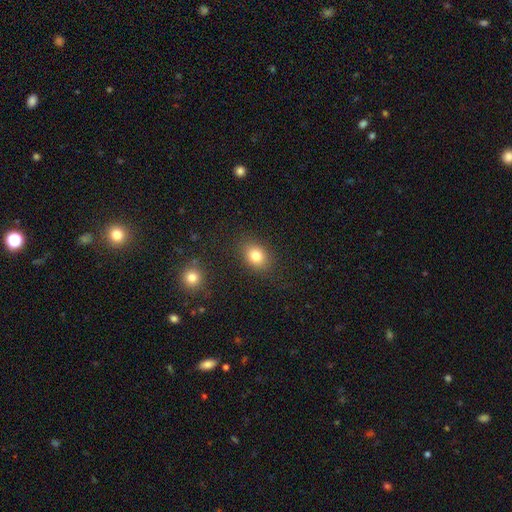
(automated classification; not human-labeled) A smooth galaxy with no disk features (81%) that is in between round and cigar-shaped (64%). Merging: none (84%).